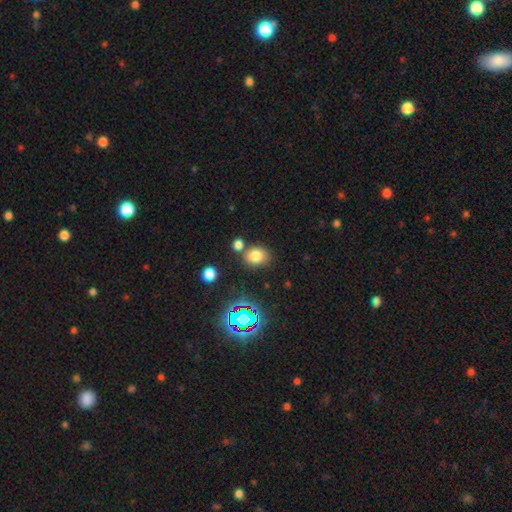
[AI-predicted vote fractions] This appears to be a smooth galaxy with no disk features (76%) that is in between round and cigar-shaped (51%). Merging: none (66%).